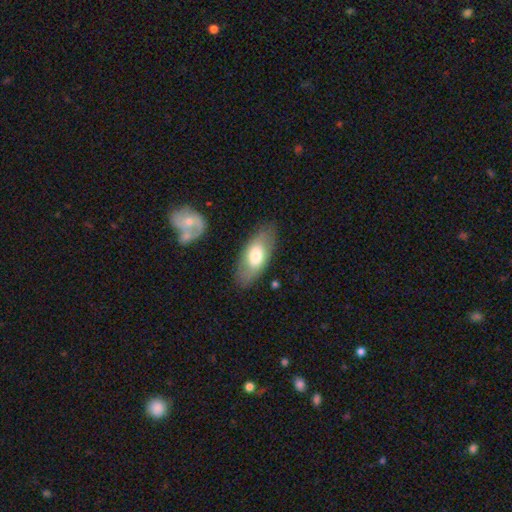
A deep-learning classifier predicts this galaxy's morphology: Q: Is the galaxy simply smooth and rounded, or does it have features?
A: smooth — 63%.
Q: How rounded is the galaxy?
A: in between — 87%.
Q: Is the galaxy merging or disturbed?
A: none — 80%.